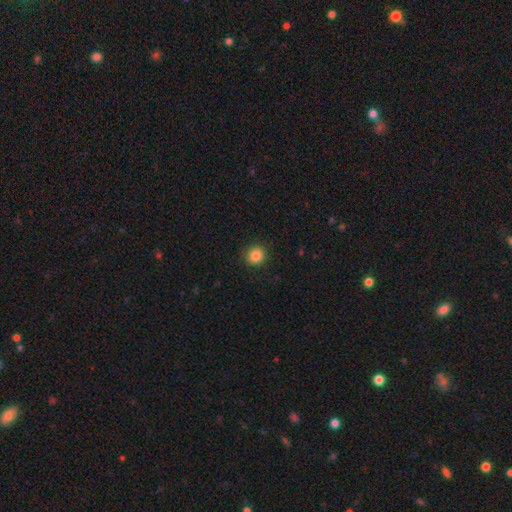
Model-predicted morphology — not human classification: Overall: smooth (85%). How rounded: round (88%). Merging: none (90%).